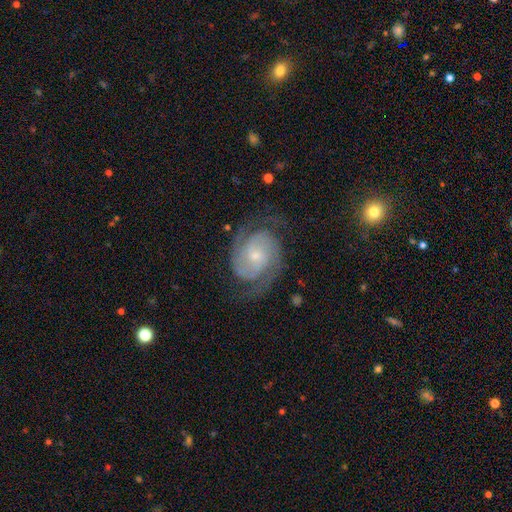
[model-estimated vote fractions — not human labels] smooth-or-featured: featured or disk: 89% | smooth: 6% | star or artifact: 5%
  disk-edge-on: no: 98% | yes: 2%
    bar: no: 63% | weak: 30% | strong: 7%
    has-spiral-arms: yes: 98% | no: 2%
      spiral-winding: tight: 47% | medium: 44% | loose: 10%
      spiral-arm-count: 2: 89% | can't tell: 4% | 3: 3% | 1: 2% | 4: 1% | more than 4: 1%
    bulge-size: small: 64% | moderate: 30% | none: 3% | large: 2% | dominant: 1%
  merging: none: 76% | minor disturbance: 15% | major disturbance: 8% | merger: 1%